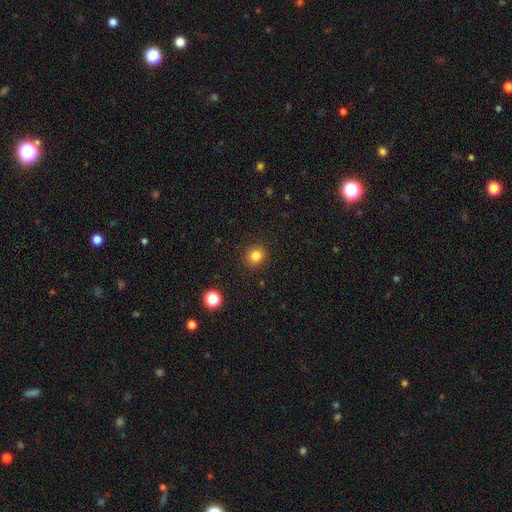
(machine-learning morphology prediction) smooth_or_featured: smooth (p=0.83) [alt: star or artifact p=0.12]
how_rounded: round (p=0.87) [alt: in between p=0.12]
merging: none (p=0.90) [alt: minor disturbance p=0.06]